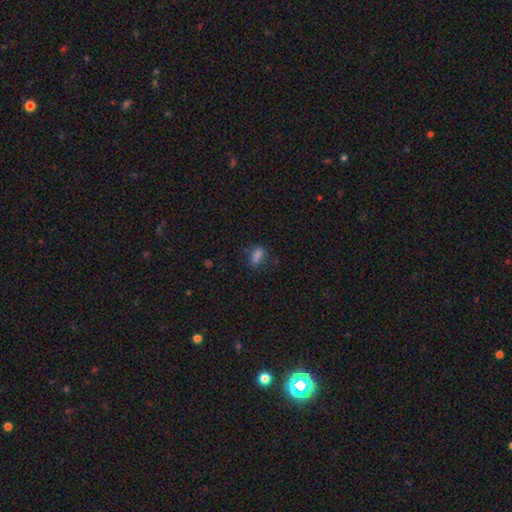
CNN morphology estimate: Smooth or featured: smooth — 67% (star or artifact — 22%)
How rounded: in between — 65% (cigar-shaped — 24%)
Merging: none — 67% (minor disturbance — 19%)